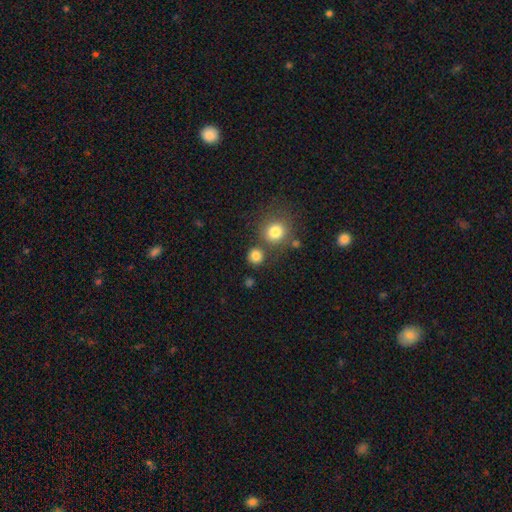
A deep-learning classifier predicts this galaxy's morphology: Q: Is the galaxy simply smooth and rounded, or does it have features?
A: smooth — 82%.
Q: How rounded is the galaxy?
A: round — 90%.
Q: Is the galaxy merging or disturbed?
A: none — 75%.